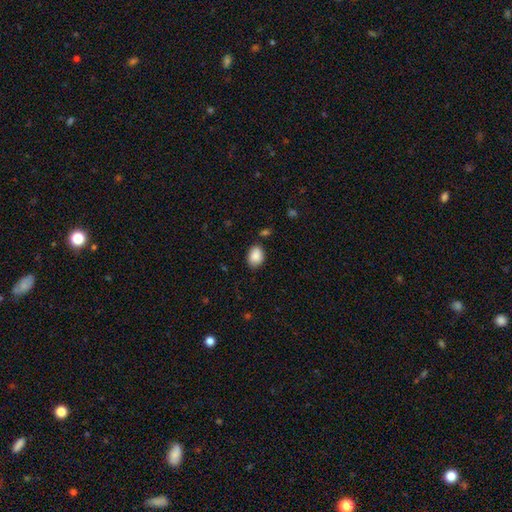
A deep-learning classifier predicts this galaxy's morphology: A smooth galaxy with no disk features (88%) that is in between round and cigar-shaped (73%).

Vote fractions:
- Smooth or featured? smooth: 88% / star or artifact: 7% / featured or disk: 5%
- How rounded? in between: 73% / round: 26% / cigar-shaped: 1%
- Merging? none: 77% / minor disturbance: 16% / merger: 4% / major disturbance: 3%